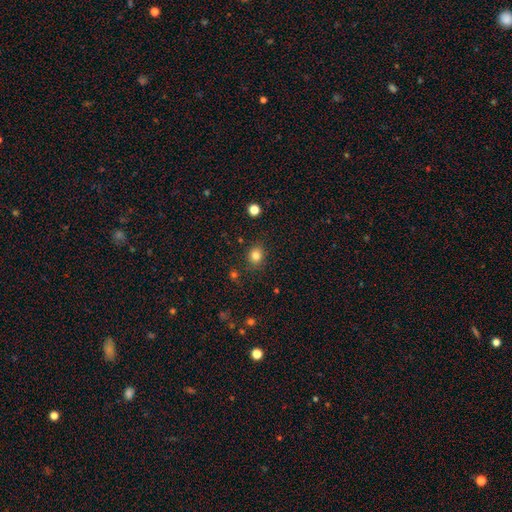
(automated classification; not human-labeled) Smooth or featured? Predicted: smooth (p=0.82). How rounded? Predicted: round (p=0.71). Merging? Predicted: none (p=0.83).